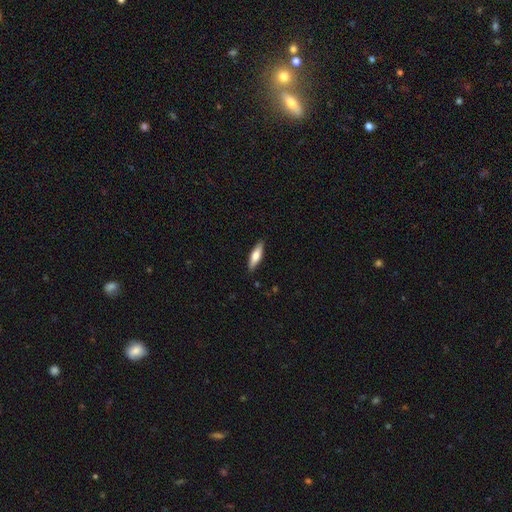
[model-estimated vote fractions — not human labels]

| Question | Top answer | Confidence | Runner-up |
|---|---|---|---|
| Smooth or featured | smooth | 66% | featured or disk (29%) |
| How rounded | cigar-shaped | 59% | in between (39%) |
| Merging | none | 87% | minor disturbance (10%) |